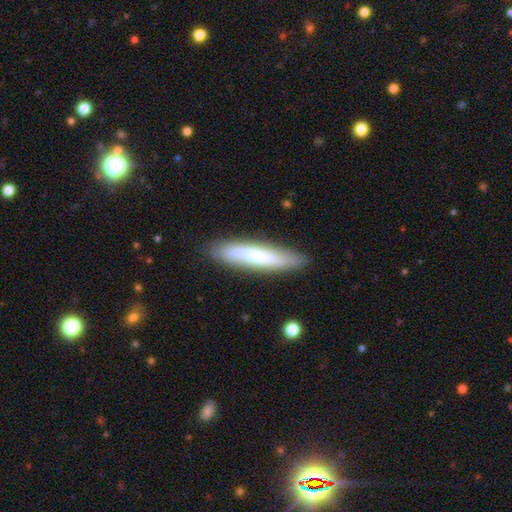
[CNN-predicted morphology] Smooth or featured? Predicted: smooth (p=0.60). How rounded? Predicted: cigar-shaped (p=0.83). Merging? Predicted: none (p=0.85).